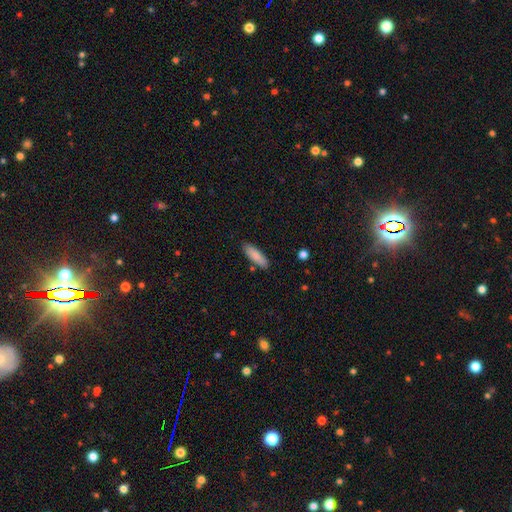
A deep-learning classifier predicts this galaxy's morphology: This is clearly a smooth galaxy (85%). How rounded: possibly cigar-shaped (50%). Merging: clearly none (85%).